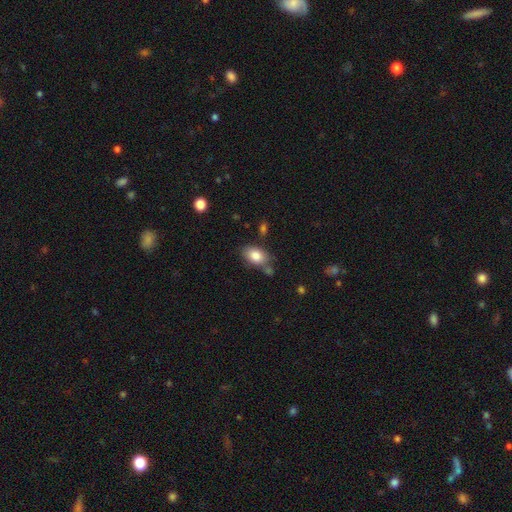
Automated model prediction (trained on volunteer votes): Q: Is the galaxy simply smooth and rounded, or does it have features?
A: smooth — 83%.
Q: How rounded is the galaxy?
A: in between — 87%.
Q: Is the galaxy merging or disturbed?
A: none — 66%.